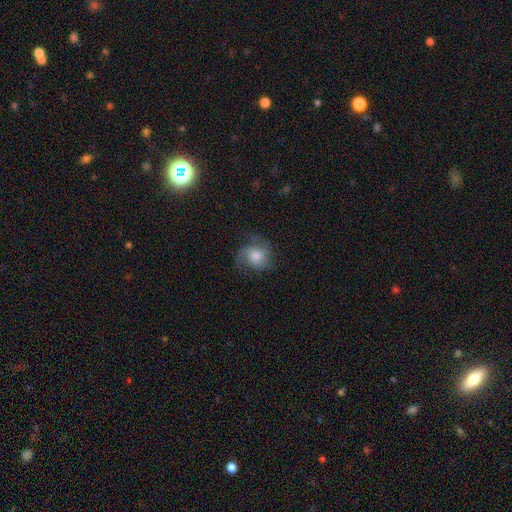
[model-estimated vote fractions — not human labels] Smooth or featured?
  - featured or disk: 55% *
  - smooth: 35%
  - star or artifact: 10%
Edge-on disk?
  - no: 97% *
  - yes: 3%
Bar?
  - no: 75% *
  - weak: 22%
  - strong: 3%
Spiral arms?
  - yes: 89% *
  - no: 11%
Bulge size?
  - moderate: 52% *
  - large: 24%
  - small: 16%
  - none: 5%
  - dominant: 3%
Merging?
  - none: 61% *
  - minor disturbance: 22%
  - major disturbance: 16%
  - merger: 1%